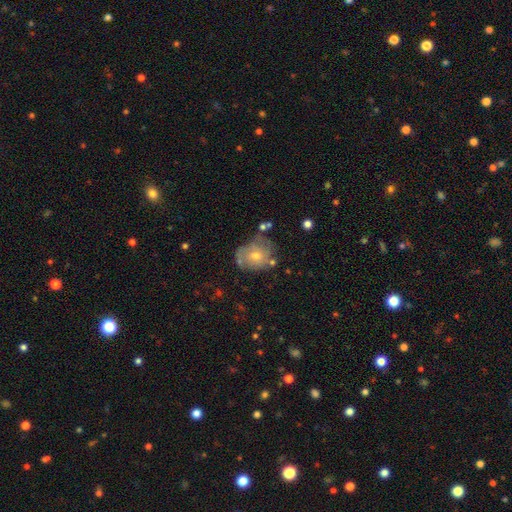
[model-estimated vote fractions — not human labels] A featured or disk galaxy (53%) with no bar (80%), spiral arms (63%) and a moderate central bulge (55%). Merging: none (56%).